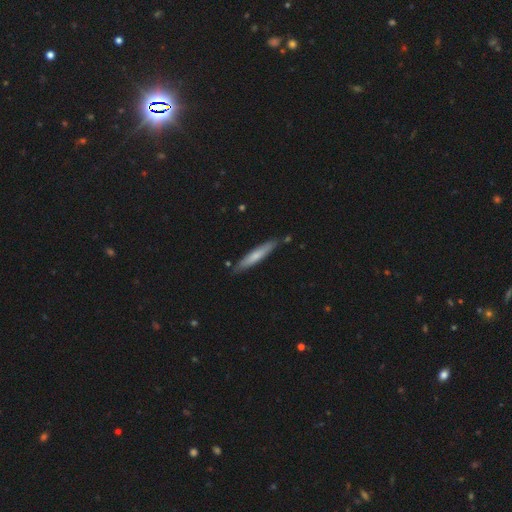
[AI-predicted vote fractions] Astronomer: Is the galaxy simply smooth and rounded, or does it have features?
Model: smooth — 63%.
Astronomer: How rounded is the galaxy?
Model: cigar-shaped — 92%.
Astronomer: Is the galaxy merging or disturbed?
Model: none — 83%.